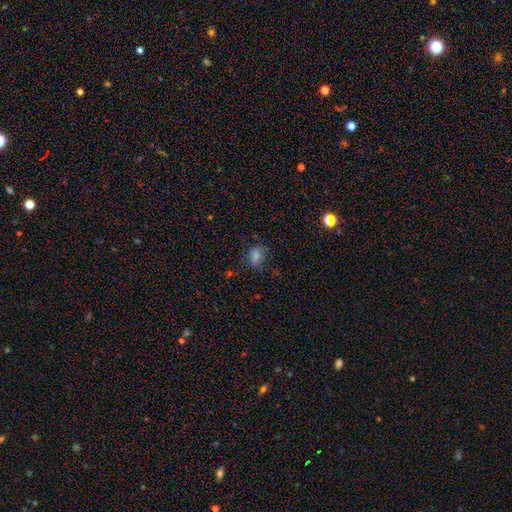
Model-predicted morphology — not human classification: Smooth or featured?
  - smooth: 63% *
  - star or artifact: 23%
  - featured or disk: 14%
How rounded?
  - in between: 62% *
  - round: 36%
  - cigar-shaped: 2%
Merging?
  - none: 64% *
  - minor disturbance: 22%
  - major disturbance: 11%
  - merger: 2%